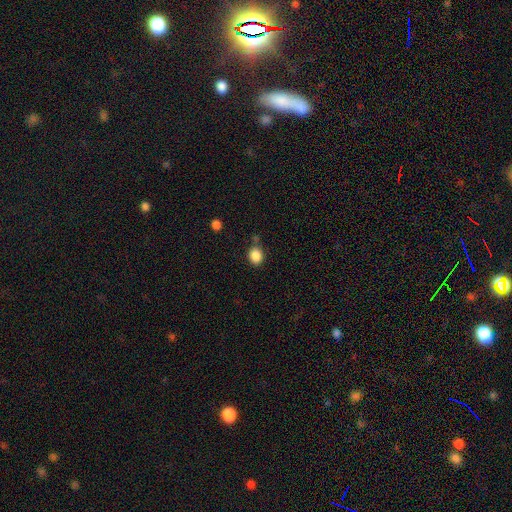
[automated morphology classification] smooth-or-featured: smooth: 87% | star or artifact: 10% | featured or disk: 4%
  how-rounded: round: 53% | in between: 46% | cigar-shaped: 1%
  merging: none: 73% | minor disturbance: 15% | merger: 7% | major disturbance: 4%